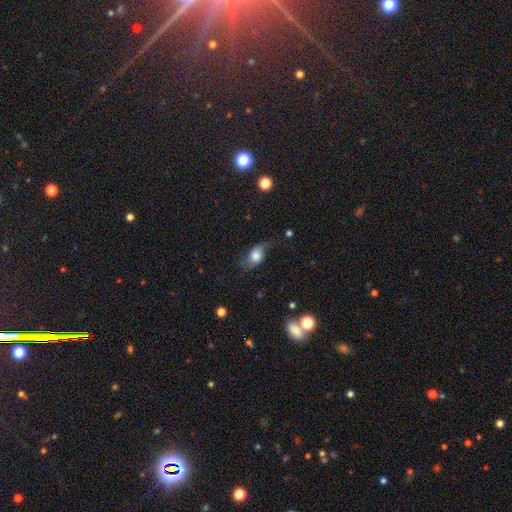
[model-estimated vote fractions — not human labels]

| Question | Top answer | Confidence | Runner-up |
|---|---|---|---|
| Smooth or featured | smooth | 58% | featured or disk (32%) |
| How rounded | in between | 71% | round (26%) |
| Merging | none | 50% | minor disturbance (28%) |